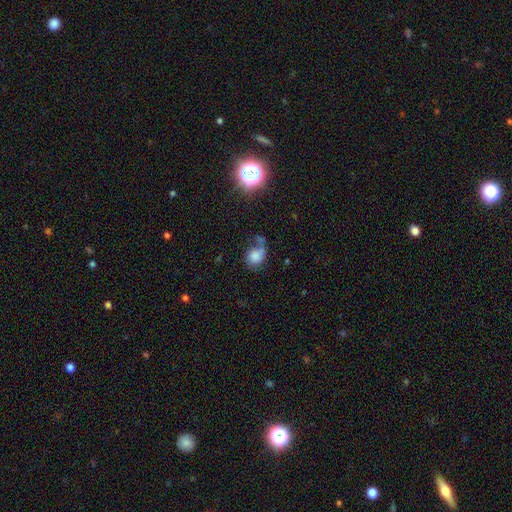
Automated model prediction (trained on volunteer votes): smooth-or-featured: smooth: 72% | featured or disk: 15% | star or artifact: 12%
  how-rounded: round: 62% | in between: 37% | cigar-shaped: 1%
  merging: none: 36% | merger: 24% | minor disturbance: 22% | major disturbance: 18%